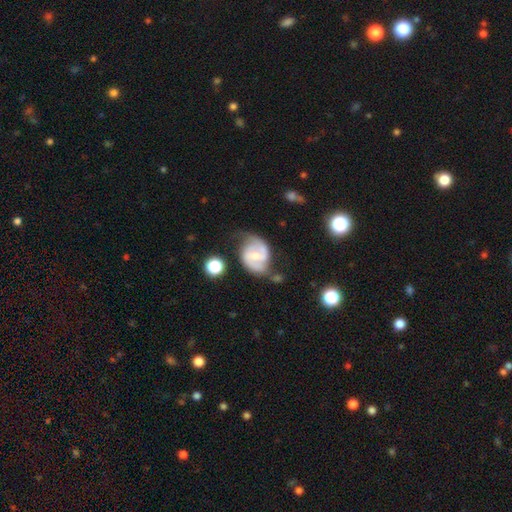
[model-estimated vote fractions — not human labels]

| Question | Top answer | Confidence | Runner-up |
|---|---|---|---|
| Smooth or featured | featured or disk | 77% | smooth (17%) |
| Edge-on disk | no | 98% | yes (2%) |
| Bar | weak | 49% | no (34%) |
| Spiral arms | yes | 92% | no (8%) |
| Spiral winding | medium | 49% | tight (26%) |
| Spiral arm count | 2 | 87% | can't tell (7%) |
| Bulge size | moderate | 47% | small (46%) |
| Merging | none | 53% | minor disturbance (27%) |